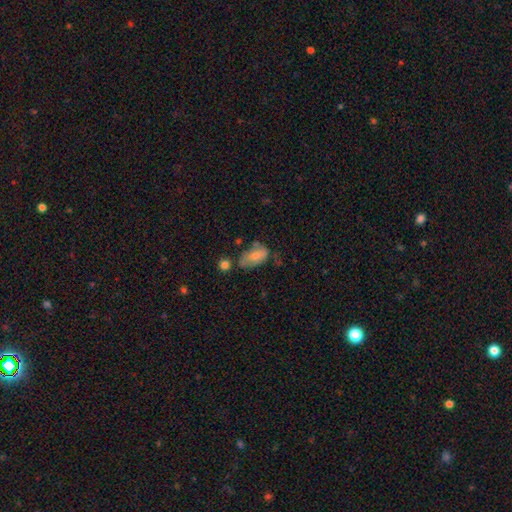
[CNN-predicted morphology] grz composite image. It shows a smooth galaxy with no disk features (70%) that is in between round and cigar-shaped (91%). Merging: none (47%).